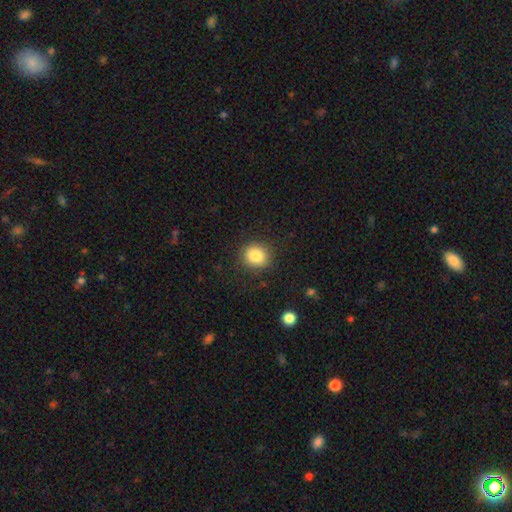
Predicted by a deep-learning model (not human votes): Morphology: type=smooth (84%); roundness=round (80%); merging=none (87%).